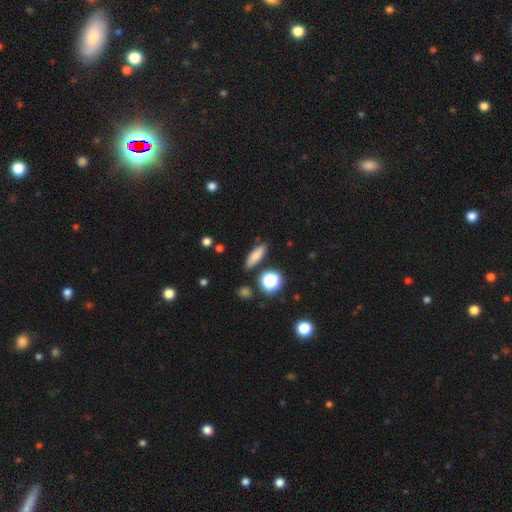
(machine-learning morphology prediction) A smooth galaxy with no disk features (79%) that is cigar-shaped (49%). Merging: none (84%).